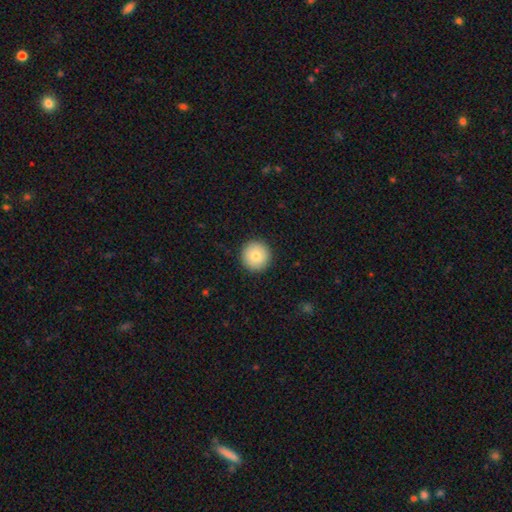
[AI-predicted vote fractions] This appears to be a smooth galaxy with no disk features (82%) that is round (96%). Merging: none (92%).